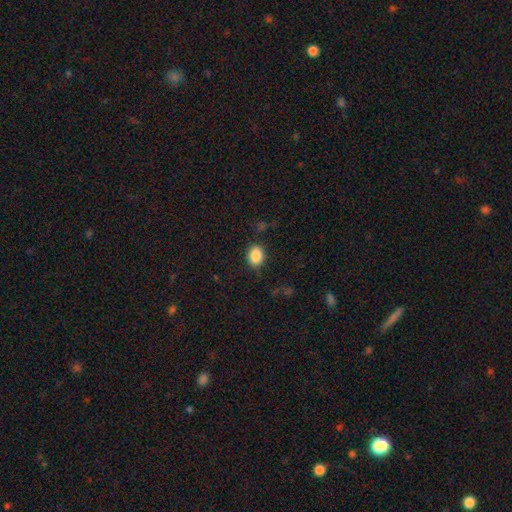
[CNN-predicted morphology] A smooth galaxy with no disk features (87%) that is in between round and cigar-shaped (62%).

Vote fractions:
- Smooth or featured? smooth: 87% / star or artifact: 9% / featured or disk: 4%
- How rounded? in between: 62% / round: 37% / cigar-shaped: 1%
- Merging? none: 84% / minor disturbance: 11% / major disturbance: 4% / merger: 2%